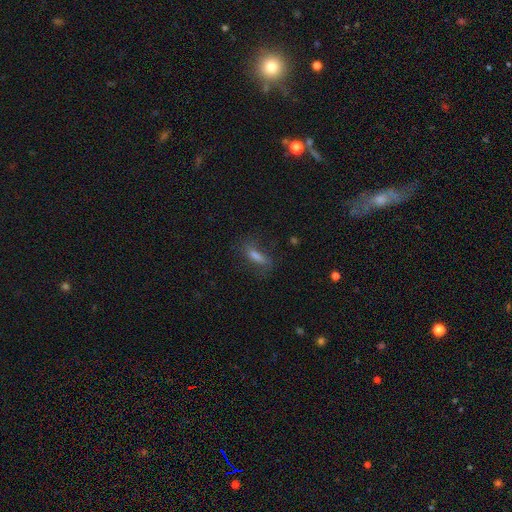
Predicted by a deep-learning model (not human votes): Smooth or featured? smooth (52%)
How rounded? cigar-shaped (56%)
Merging? none (67%)